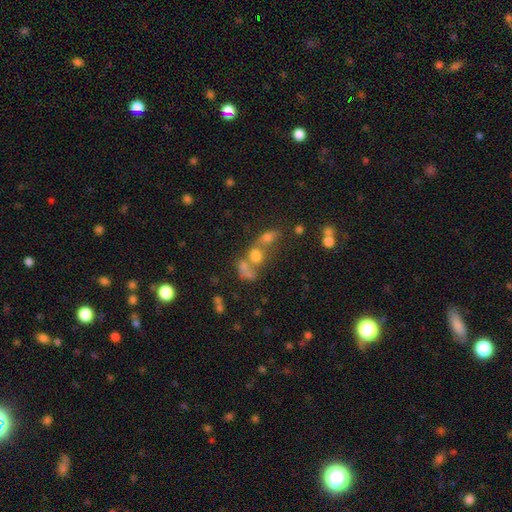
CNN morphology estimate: Q: Smooth or featured?
A: smooth (45%); runner-up: star or artifact (32%)
Q: Merging?
A: merger (51%); runner-up: none (33%)